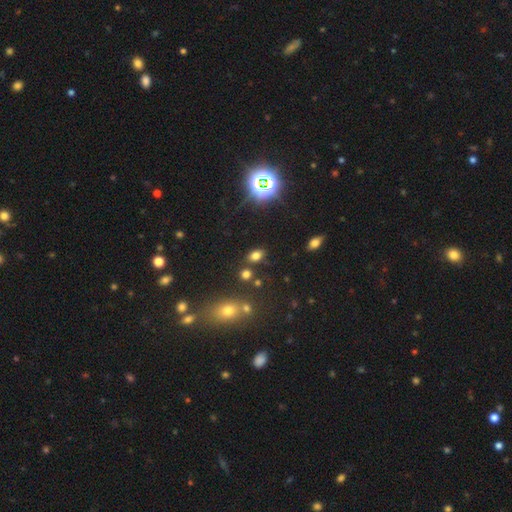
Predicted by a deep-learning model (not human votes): A smooth galaxy with no disk features (68%) that is in between round and cigar-shaped (78%). Merging: none (79%).